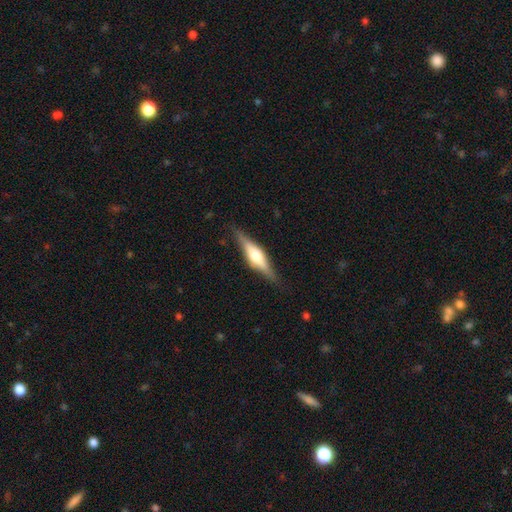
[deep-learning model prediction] A featured or disk galaxy (68%) viewed edge-on (96%) with a rounded central bulge (84%).

Vote fractions:
- Smooth or featured? featured or disk: 68% / smooth: 26% / star or artifact: 5%
- Edge-on disk? yes: 96% / no: 4%
- Edge-on bulge? rounded: 84% / boxy: 13% / none: 3%
- Merging? none: 87% / minor disturbance: 10% / major disturbance: 2% / merger: 1%